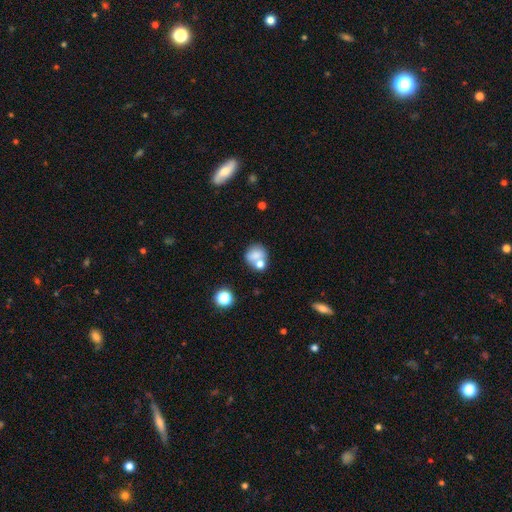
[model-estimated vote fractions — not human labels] This appears to be a smooth galaxy with no disk features (72%) that is round (71%). Merging: none (48%).